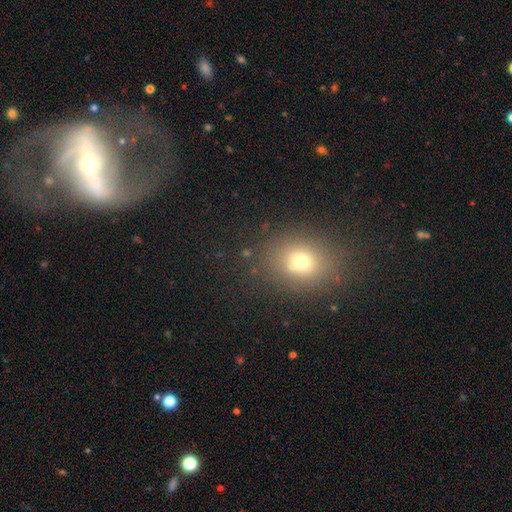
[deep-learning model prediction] Morphology: type=smooth (56%); roundness=round (64%); merging=none (73%).